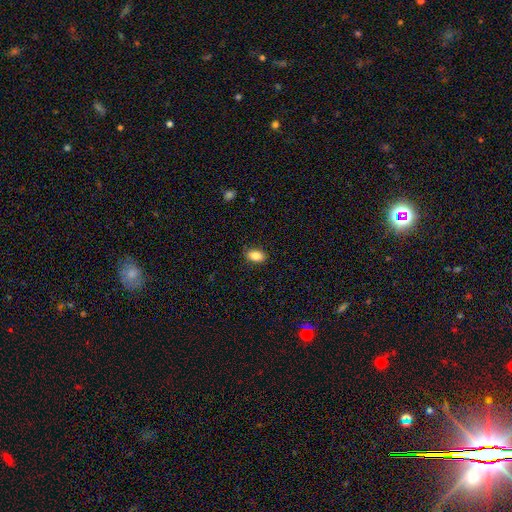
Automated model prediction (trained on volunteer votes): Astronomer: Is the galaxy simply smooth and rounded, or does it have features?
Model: smooth — 85%.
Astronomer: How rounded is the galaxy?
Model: in between — 88%.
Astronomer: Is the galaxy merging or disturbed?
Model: none — 86%.